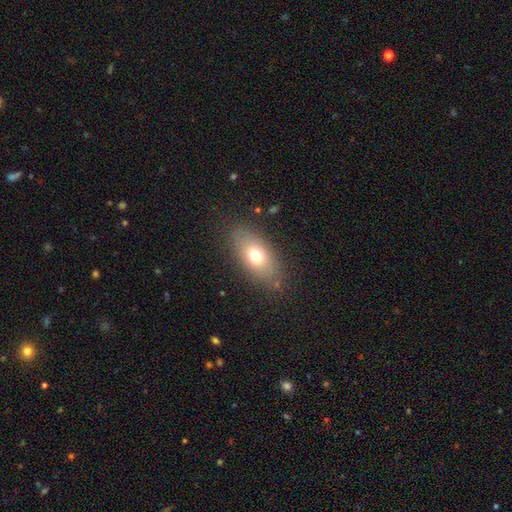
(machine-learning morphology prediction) smooth_or_featured: smooth (p=0.69) [alt: featured or disk p=0.22]
how_rounded: in between (p=0.86) [alt: round p=0.07]
merging: none (p=0.81) [alt: minor disturbance p=0.13]